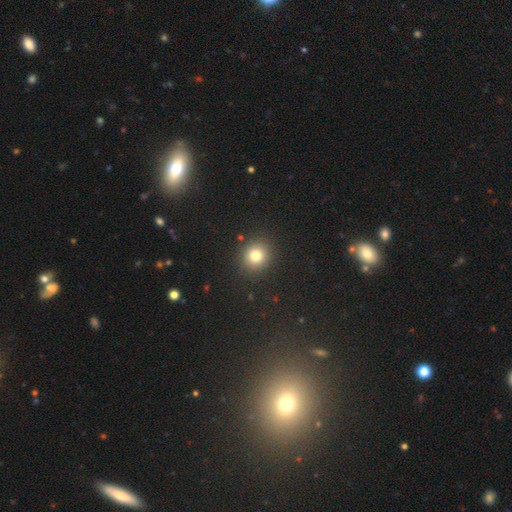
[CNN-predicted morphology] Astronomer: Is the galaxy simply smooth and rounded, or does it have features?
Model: smooth — 79%.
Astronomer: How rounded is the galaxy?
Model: round — 87%.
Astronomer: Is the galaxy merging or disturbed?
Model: none — 90%.